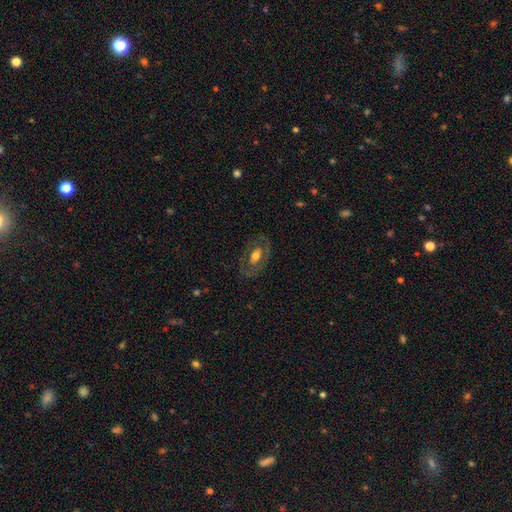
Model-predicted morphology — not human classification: This is possibly a featured or disk galaxy (53%). It is clearly not viewed edge-on (92%). Merging: likely none (76%).